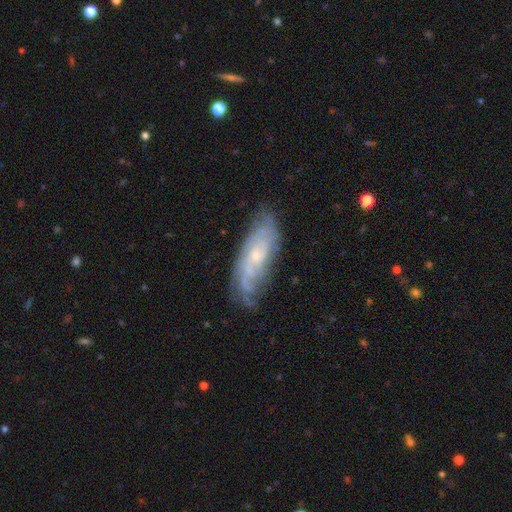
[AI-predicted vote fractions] This appears to be a featured or disk galaxy (74%) with no bar (70%), tight (56%) spiral arms (89%) and a small central bulge (63%). Merging: none (69%).